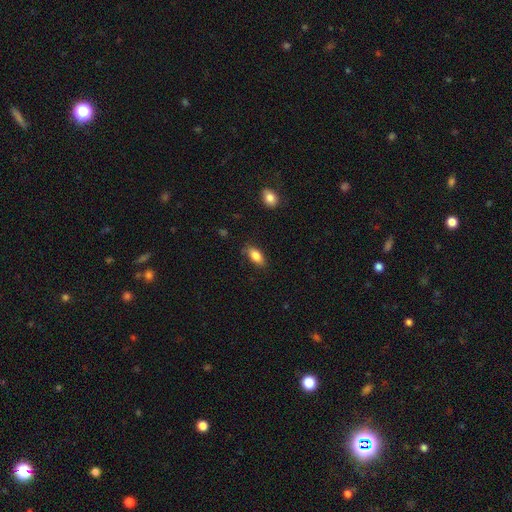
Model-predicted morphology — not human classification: smooth 83%, featured or disk 9%, star or artifact 7%. Down the decision tree: how rounded — in between (87%); merging — none (77%).